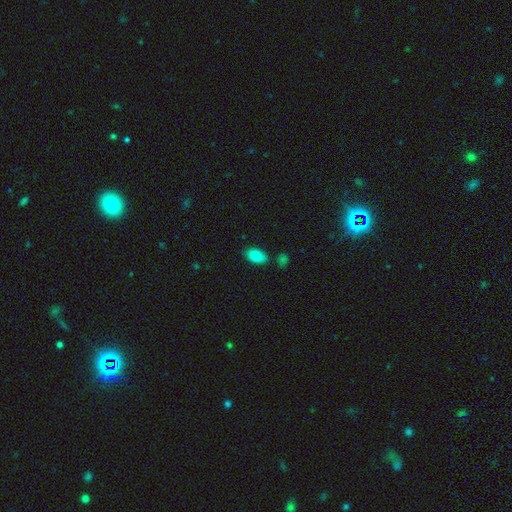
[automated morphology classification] smooth 82%, featured or disk 10%, star or artifact 8%. Down the decision tree: how rounded — in between (92%); merging — none (78%).